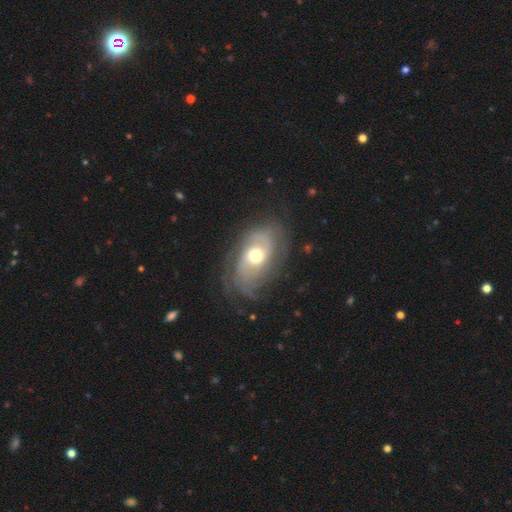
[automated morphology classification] Smooth or featured? featured or disk (80%)
Edge-on disk? no (95%)
Bar? no (71%)
Spiral arms? yes (91%)
Spiral winding? tight (50%)
Spiral arm count? can't tell (36%)
Bulge size? moderate (68%)
Merging? none (67%)